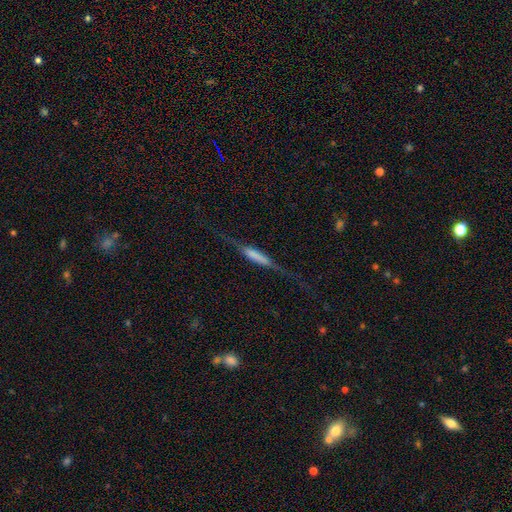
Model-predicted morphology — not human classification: This is likely a featured or disk galaxy (60%). It is clearly viewed edge-on (93%). Edge-on bulge: possibly boxy (52%). Merging: likely none (66%).